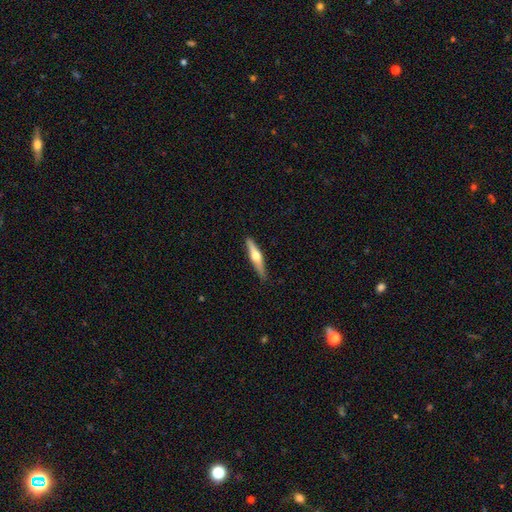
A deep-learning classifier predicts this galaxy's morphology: The model was most divided on "smooth or featured": featured or disk: 59%, smooth: 36%, star or artifact: 5%. More confident: edge-on disk — yes (96%); edge-on bulge — rounded (94%); merging — none (88%).